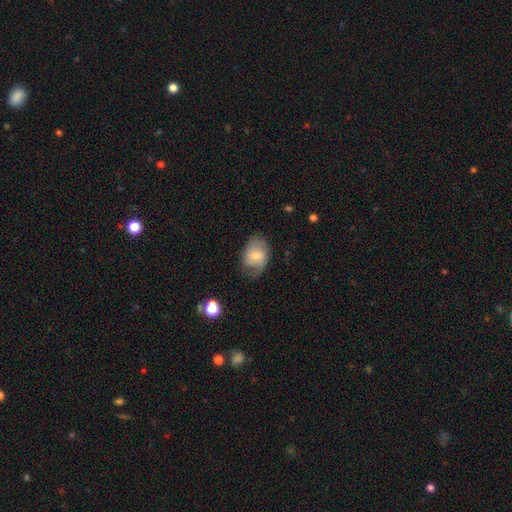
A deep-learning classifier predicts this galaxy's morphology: This appears to be a smooth galaxy with no disk features (58%) that is in between round and cigar-shaped (74%). Merging: none (58%).